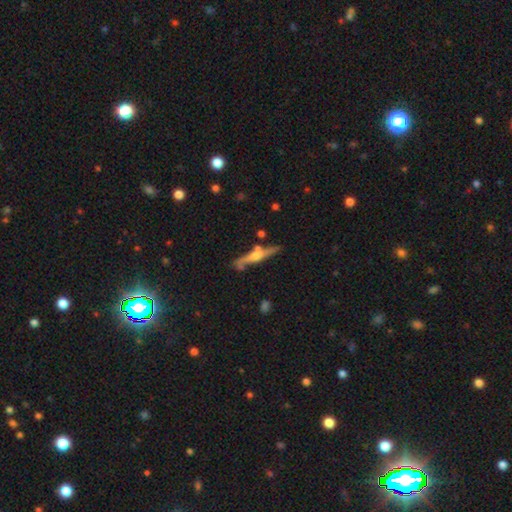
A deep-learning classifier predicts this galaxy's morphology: The model was most divided on "smooth or featured": featured or disk: 63%, smooth: 30%, star or artifact: 6%. More confident: edge-on disk — yes (90%); edge-on bulge — rounded (80%); merging — none (71%).